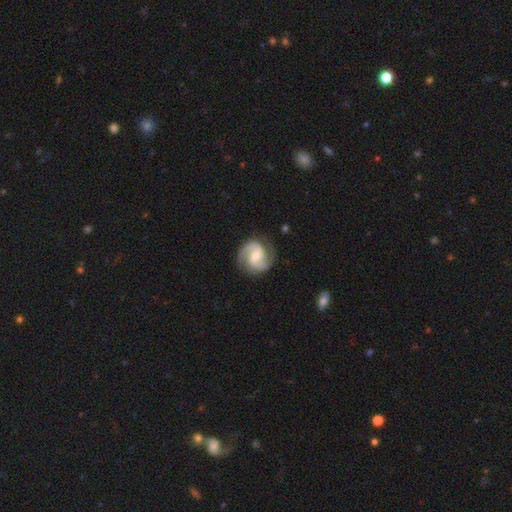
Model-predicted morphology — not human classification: Smooth or featured? featured or disk (88%)
Edge-on disk? no (98%)
Bar? no (45%)
Spiral arms? yes (98%)
Spiral winding? medium (55%)
Spiral arm count? 2 (91%)
Bulge size? moderate (51%)
Merging? none (84%)